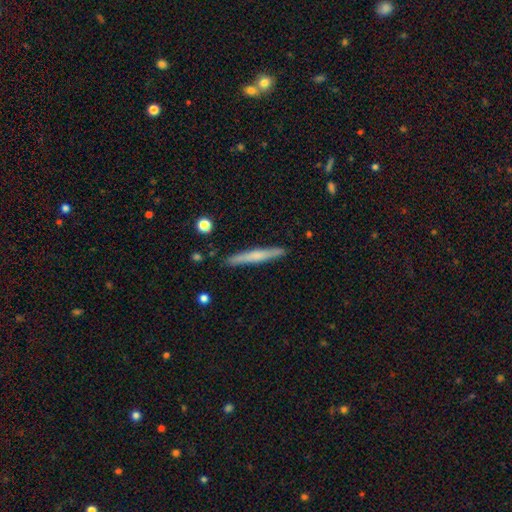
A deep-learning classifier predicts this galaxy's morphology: type=smooth (53%); roundness=cigar-shaped (96%); merging=none (91%).